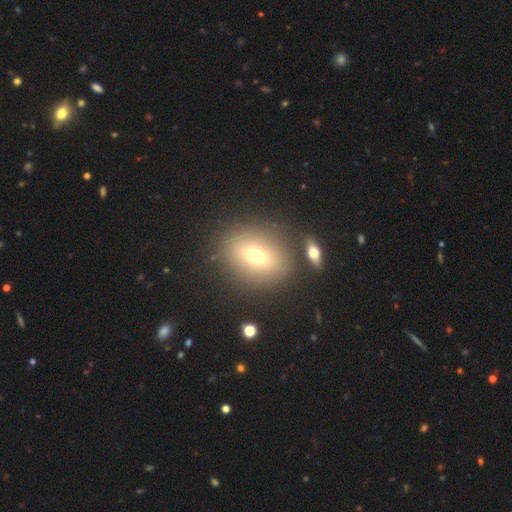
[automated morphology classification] A smooth galaxy with no disk features (68%) that is round (52%). Merging: none (79%).